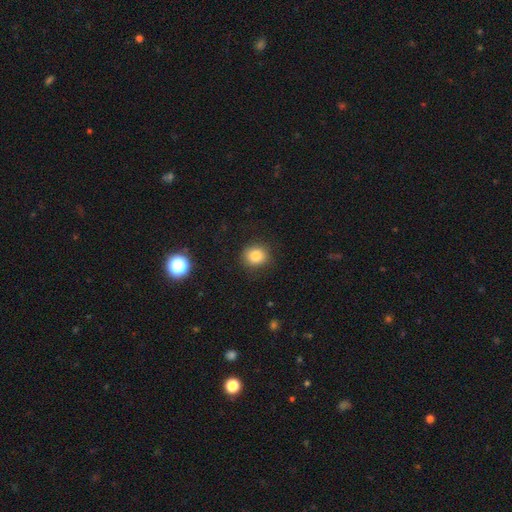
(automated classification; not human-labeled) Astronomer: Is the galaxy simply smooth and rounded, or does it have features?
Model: smooth — 83%.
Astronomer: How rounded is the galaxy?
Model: round — 81%.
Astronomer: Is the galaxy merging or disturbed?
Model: none — 85%.